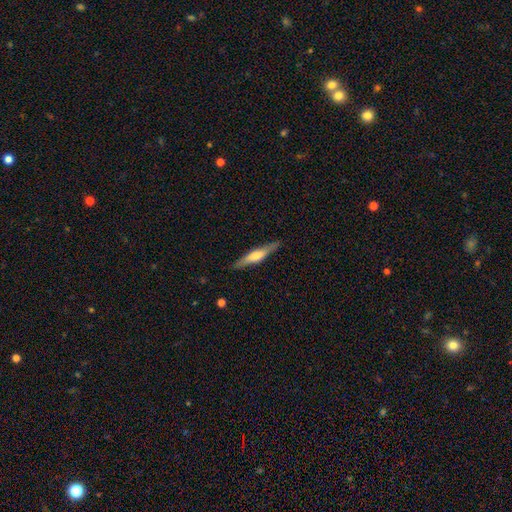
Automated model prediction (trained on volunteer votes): The model was most divided on "smooth or featured": featured or disk: 53%, smooth: 41%, star or artifact: 6%. More confident: edge-on disk — yes (93%); merging — none (87%).